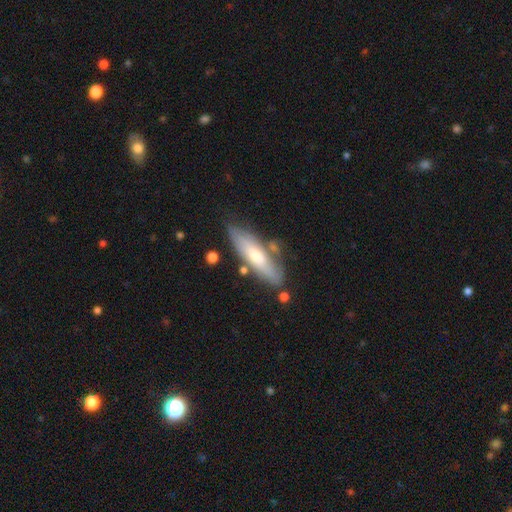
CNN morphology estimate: Smooth or featured? smooth (48%)
Merging? none (74%)